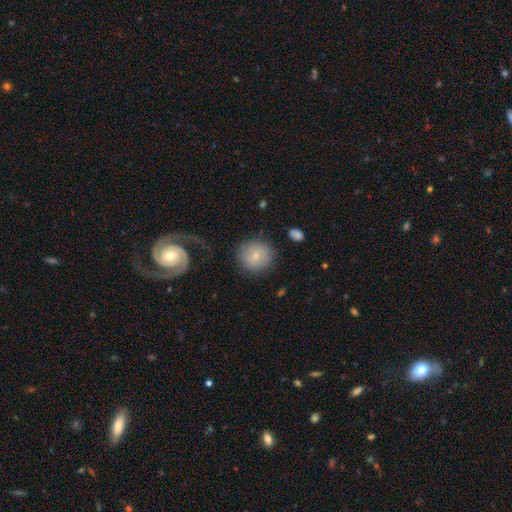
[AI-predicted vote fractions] A smooth galaxy with no disk features (75%) that is round (86%). Merging: none (81%).